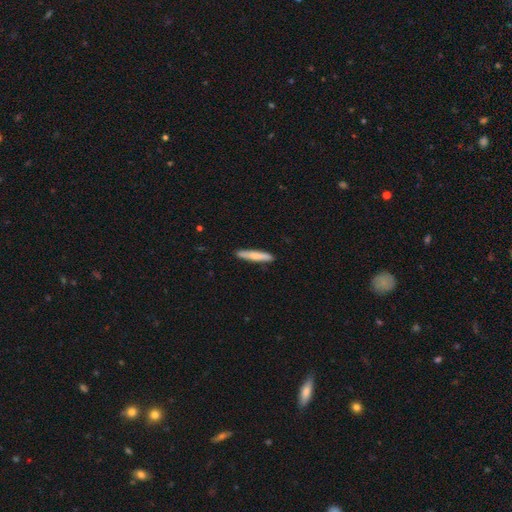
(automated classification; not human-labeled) smooth-or-featured: smooth: 72% | featured or disk: 23% | star or artifact: 5%
  how-rounded: cigar-shaped: 92% | in between: 7% | round: 1%
  merging: none: 90% | minor disturbance: 8% | major disturbance: 1% | merger: 1%